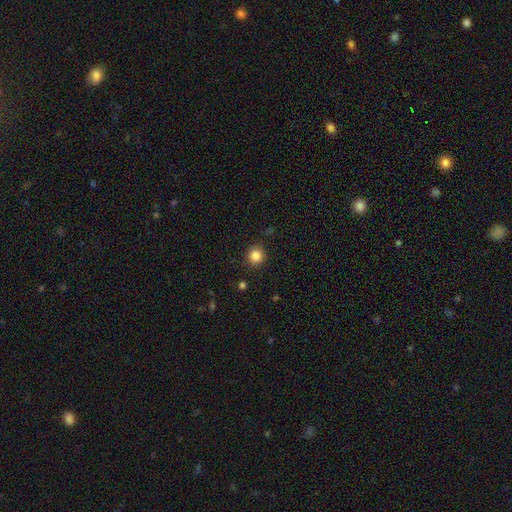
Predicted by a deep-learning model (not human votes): A smooth galaxy with no disk features (85%) that is round (91%). Merging: none (91%).